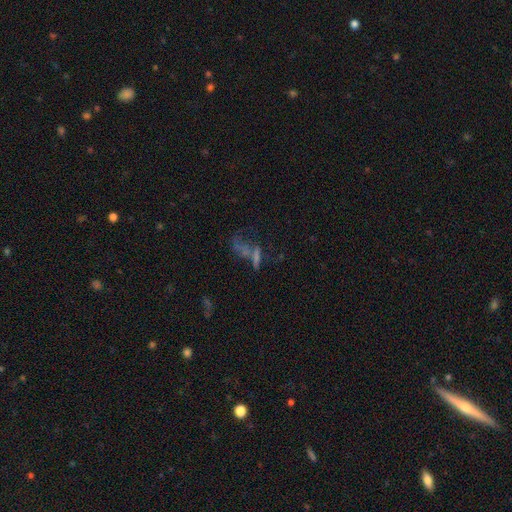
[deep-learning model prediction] This is marginally a featured or disk galaxy (36%). Merging: marginally merger (30%, tied with none).